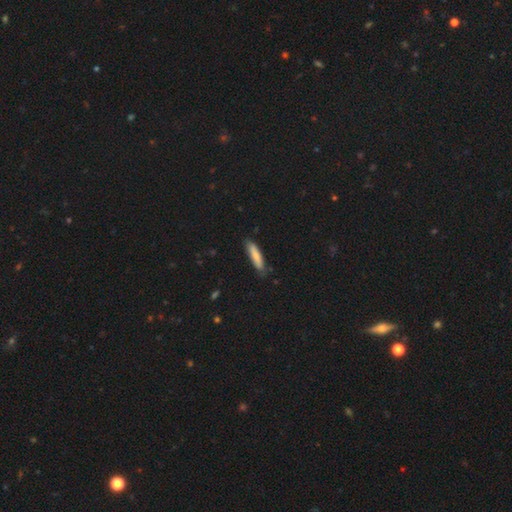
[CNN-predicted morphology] Smooth or featured: smooth — 81% (featured or disk — 13%)
How rounded: cigar-shaped — 80% (in between — 19%)
Merging: none — 80% (minor disturbance — 17%)